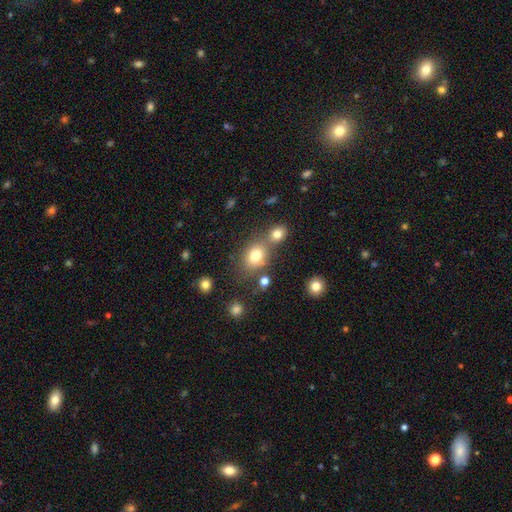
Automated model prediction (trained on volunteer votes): Q: Smooth or featured?
A: smooth (77%); runner-up: star or artifact (13%)
Q: How rounded?
A: round (50%); runner-up: in between (48%)
Q: Merging?
A: none (55%); runner-up: merger (29%)